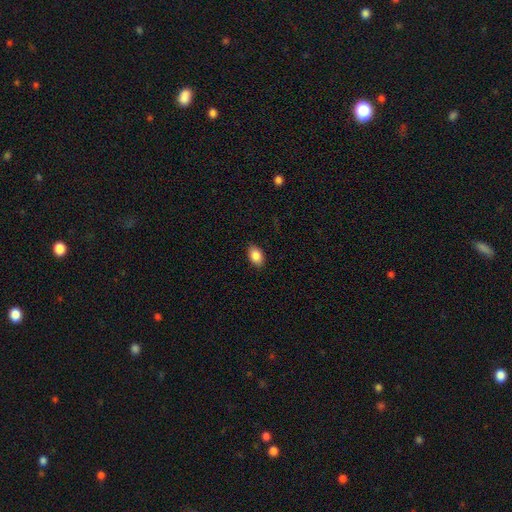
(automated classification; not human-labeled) Smooth or featured: smooth — 87% (star or artifact — 7%)
How rounded: in between — 90% (round — 8%)
Merging: none — 88% (minor disturbance — 9%)